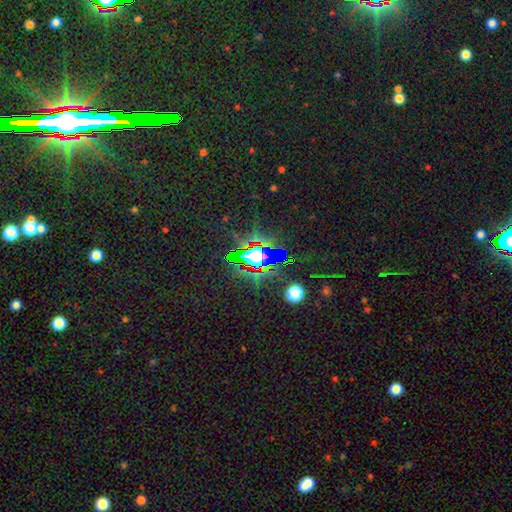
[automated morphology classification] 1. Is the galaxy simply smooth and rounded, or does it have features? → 68% star or artifact, 18% smooth, 13% featured or disk.